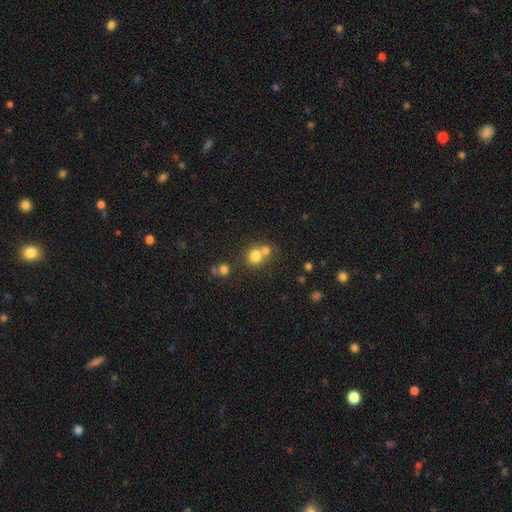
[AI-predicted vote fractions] Smooth or featured: smooth — 76% (star or artifact — 13%)
How rounded: round — 81% (in between — 18%)
Merging: merger — 46% (none — 44%)